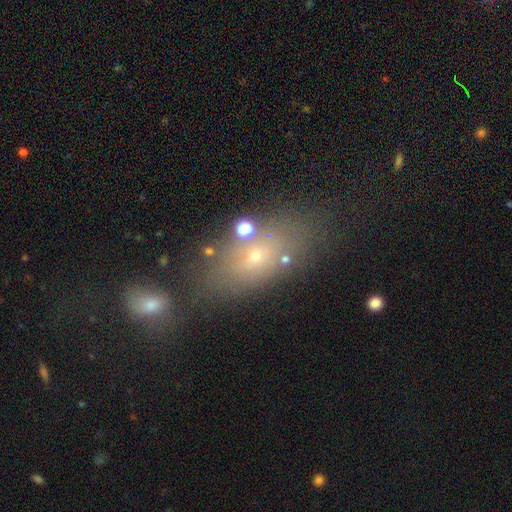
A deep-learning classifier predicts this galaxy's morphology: smooth_or_featured: smooth (p=0.52) [alt: featured or disk p=0.29]
how_rounded: in between (p=0.79) [alt: round p=0.13]
merging: none (p=0.64) [alt: minor disturbance p=0.17]